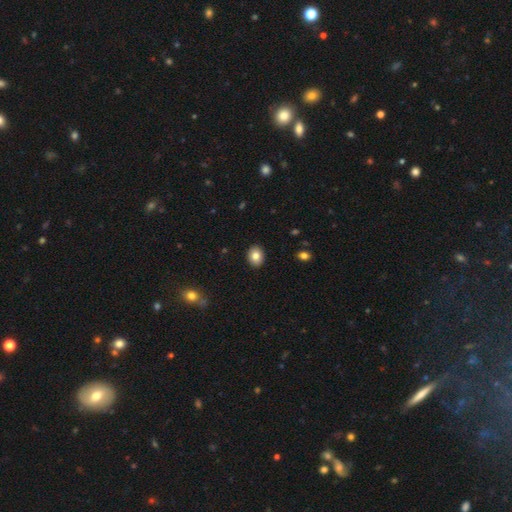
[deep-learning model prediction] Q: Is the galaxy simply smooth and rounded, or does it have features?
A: smooth — 83%.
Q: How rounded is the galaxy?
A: in between — 56%.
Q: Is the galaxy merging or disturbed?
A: none — 91%.